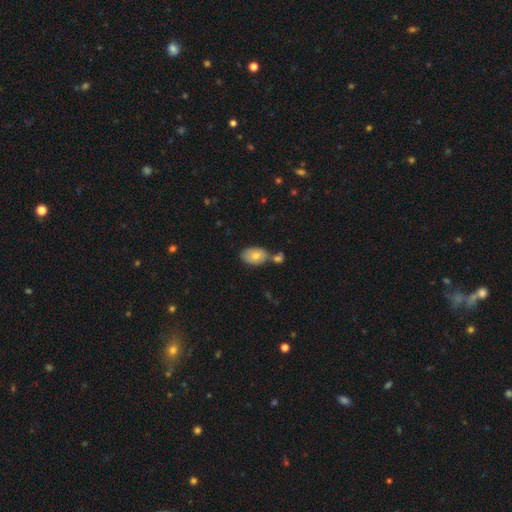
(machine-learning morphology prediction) Smooth or featured: smooth — 71% (featured or disk — 21%)
How rounded: in between — 87% (round — 11%)
Merging: none — 58% (merger — 24%)